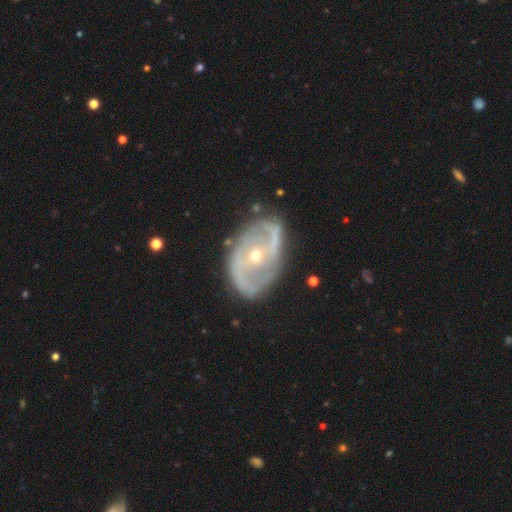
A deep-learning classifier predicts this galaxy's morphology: Smooth or featured?
  - featured or disk: 86% *
  - smooth: 8%
  - star or artifact: 6%
Edge-on disk?
  - no: 96% *
  - yes: 4%
Bar?
  - no: 55% *
  - weak: 29%
  - strong: 16%
Spiral arms?
  - yes: 87% *
  - no: 13%
Spiral winding?
  - medium: 44% *
  - tight: 30%
  - loose: 25%
Spiral arm count?
  - 2: 80% *
  - can't tell: 10%
  - 3: 4%
  - 1: 2%
  - 4: 2%
  - more than 4: 2%
Bulge size?
  - small: 61% *
  - moderate: 36%
  - large: 1%
  - none: 1%
  - dominant: 1%
Merging?
  - none: 73% *
  - minor disturbance: 18%
  - major disturbance: 7%
  - merger: 2%